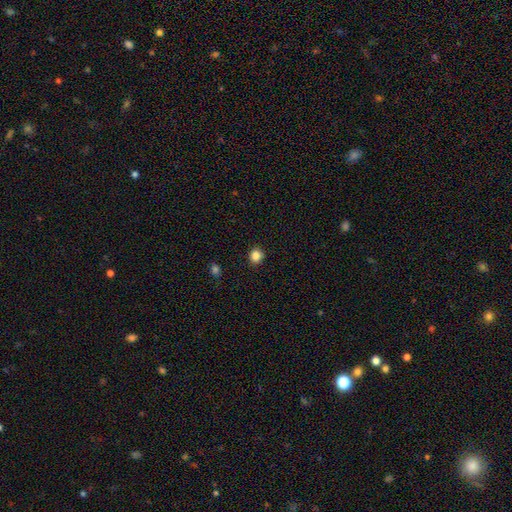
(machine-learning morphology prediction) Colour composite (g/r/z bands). It shows a smooth galaxy with no disk features (84%) that is round (84%). Merging: none (92%).